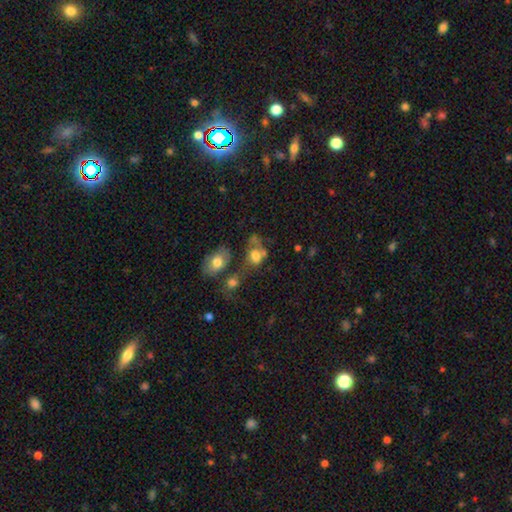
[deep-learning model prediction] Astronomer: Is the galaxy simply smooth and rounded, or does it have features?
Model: smooth — 66%.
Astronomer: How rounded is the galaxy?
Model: in between — 71%.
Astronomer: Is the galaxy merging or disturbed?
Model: merger — 41% (runner-up: none, 25%).